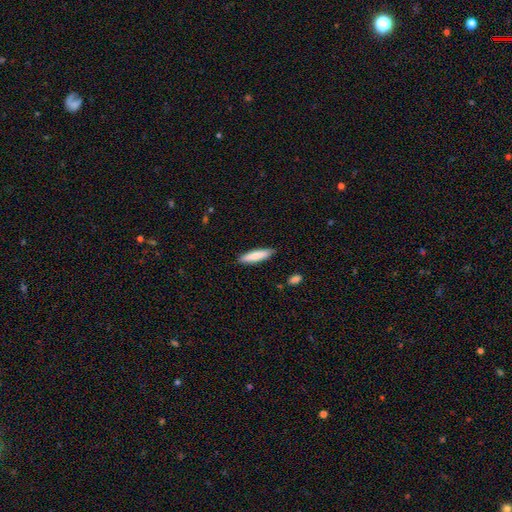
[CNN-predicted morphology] smooth-or-featured: smooth: 82% | featured or disk: 13% | star or artifact: 6%
  how-rounded: cigar-shaped: 77% | in between: 22% | round: 1%
  merging: none: 88% | minor disturbance: 9% | major disturbance: 2% | merger: 1%